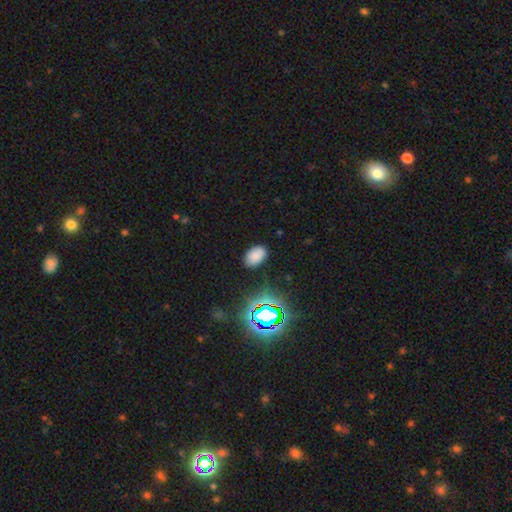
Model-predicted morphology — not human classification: Smooth or featured? smooth (76%)
How rounded? in between (90%)
Merging? none (84%)